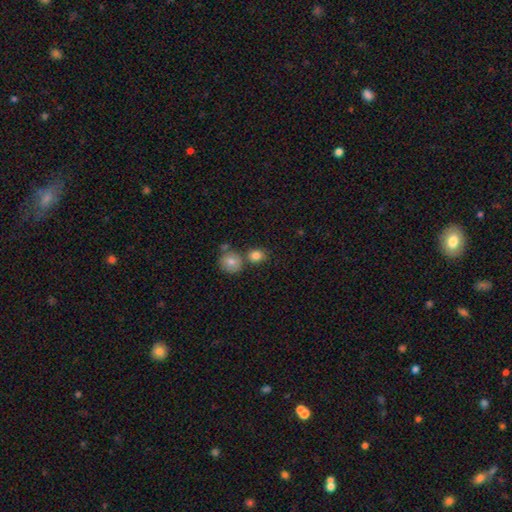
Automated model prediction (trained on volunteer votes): Morphology: type=smooth (82%); roundness=round (67%); merging=none (59%).